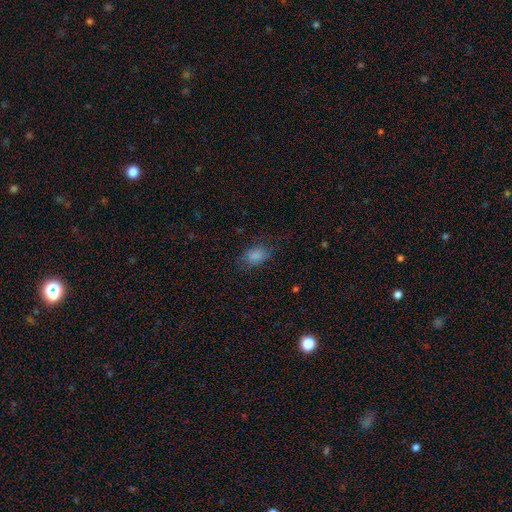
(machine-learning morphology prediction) type=smooth (81%); roundness=in between (84%); merging=none (67%).